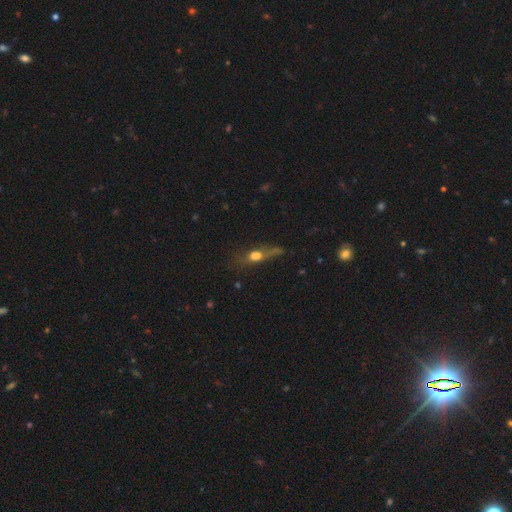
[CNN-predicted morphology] Smooth or featured?
  - smooth: 52% *
  - featured or disk: 32%
  - star or artifact: 17%
How rounded?
  - in between: 41% *
  - cigar-shaped: 36%
  - round: 23%
Merging?
  - none: 43% *
  - major disturbance: 29%
  - minor disturbance: 22%
  - merger: 6%